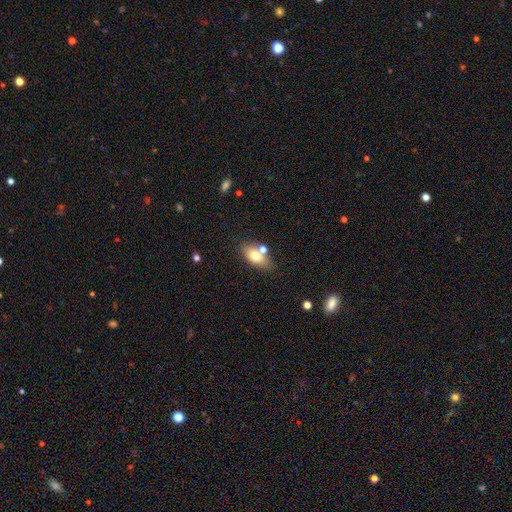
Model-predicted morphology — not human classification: Smooth or featured? smooth (69%)
How rounded? in between (82%)
Merging? none (63%)